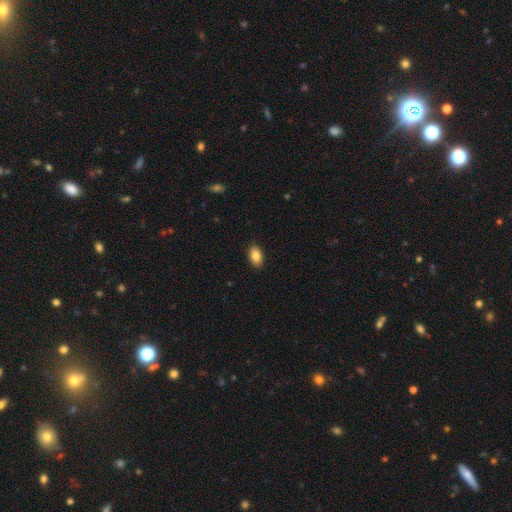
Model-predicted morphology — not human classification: Overall: smooth (86%). How rounded: in between (90%). Merging: none (88%).